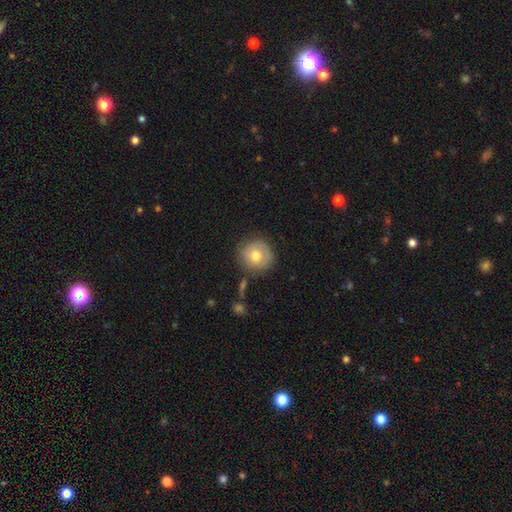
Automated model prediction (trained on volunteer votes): This is likely a smooth galaxy (66%). How rounded: clearly round (91%). Merging: likely none (76%).